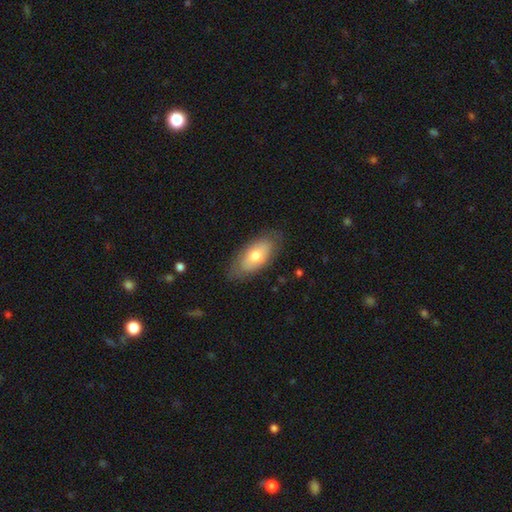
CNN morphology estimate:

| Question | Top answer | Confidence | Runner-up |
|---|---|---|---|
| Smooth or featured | smooth | 66% | featured or disk (28%) |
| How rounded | in between | 90% | cigar-shaped (6%) |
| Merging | none | 80% | minor disturbance (15%) |